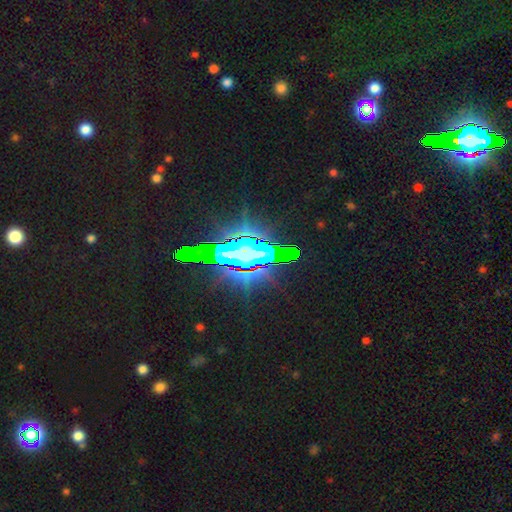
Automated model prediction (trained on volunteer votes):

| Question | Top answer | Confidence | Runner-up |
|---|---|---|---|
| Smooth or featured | star or artifact | 65% | featured or disk (19%) |